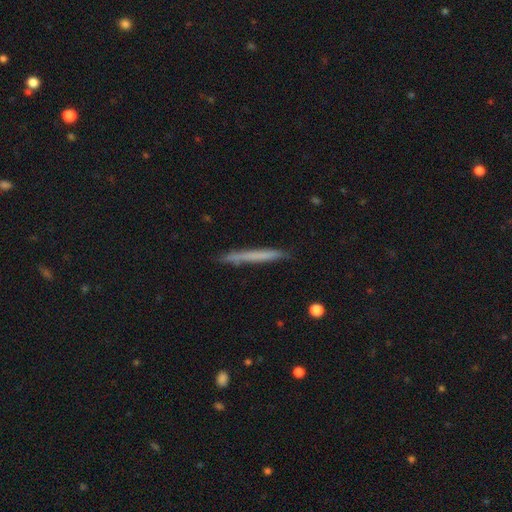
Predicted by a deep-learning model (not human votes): A smooth galaxy with no disk features (63%) that is cigar-shaped (97%).

Vote fractions:
- Smooth or featured? smooth: 63% / featured or disk: 31% / star or artifact: 6%
- How rounded? cigar-shaped: 97% / in between: 2% / round: 1%
- Merging? none: 88% / minor disturbance: 9% / major disturbance: 2% / merger: 1%